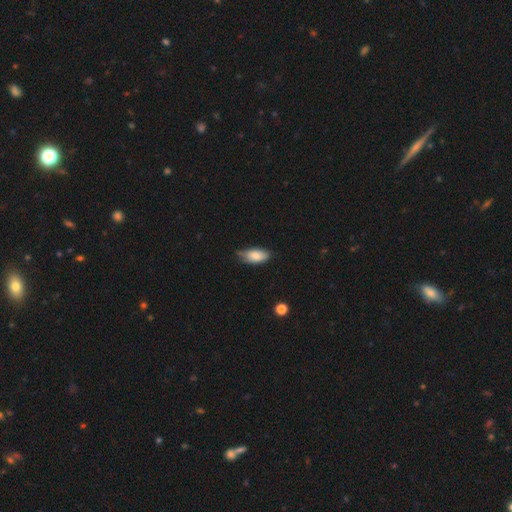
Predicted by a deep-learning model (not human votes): Overall: smooth (81%). How rounded: in between (90%). Merging: none (52%; minor disturbance 40%).